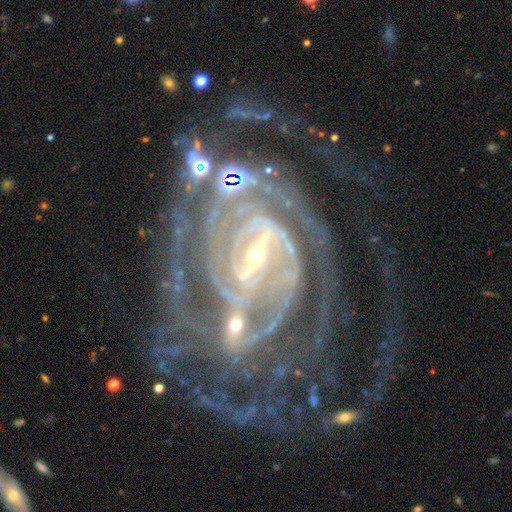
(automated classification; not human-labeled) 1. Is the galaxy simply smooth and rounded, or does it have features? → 90% featured or disk, 6% star or artifact, 4% smooth.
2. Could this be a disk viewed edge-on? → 97% no, 3% yes.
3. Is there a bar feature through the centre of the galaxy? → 50% strong, 36% weak, 14% no.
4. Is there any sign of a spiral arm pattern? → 97% yes, 3% no.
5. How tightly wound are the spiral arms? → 70% tight, 25% medium, 5% loose.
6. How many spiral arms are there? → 25% can't tell, 24% 2, 17% 3, 17% 4, 11% more than 4, 7% 1.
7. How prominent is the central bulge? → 79% small, 14% moderate, 4% none, 2% large, 1% dominant.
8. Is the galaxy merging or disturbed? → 49% none, 23% major disturbance, 19% minor disturbance, 9% merger.